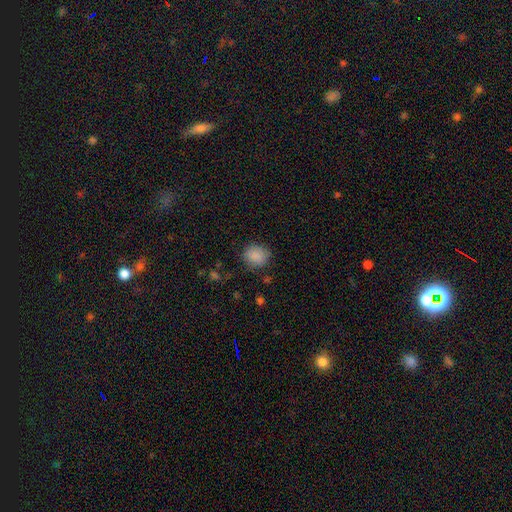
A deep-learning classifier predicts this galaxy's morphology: A smooth galaxy with no disk features (87%) that is round (72%).

Vote fractions:
- Smooth or featured? smooth: 87% / star or artifact: 8% / featured or disk: 5%
- How rounded? round: 72% / in between: 27% / cigar-shaped: 1%
- Merging? none: 80% / minor disturbance: 15% / major disturbance: 4% / merger: 1%